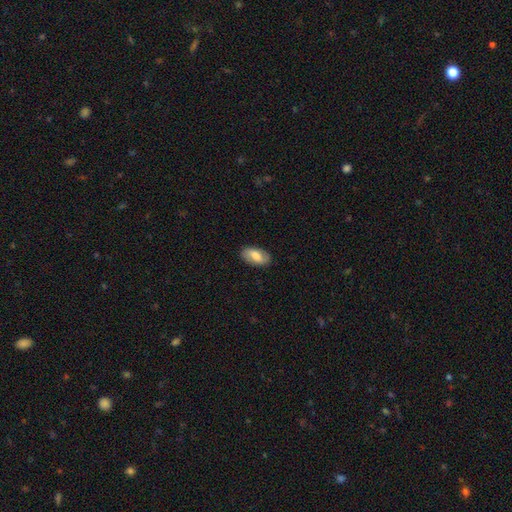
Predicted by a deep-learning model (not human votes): This appears to be a smooth galaxy with no disk features (71%) that is in between round and cigar-shaped (93%). Merging: none (85%).